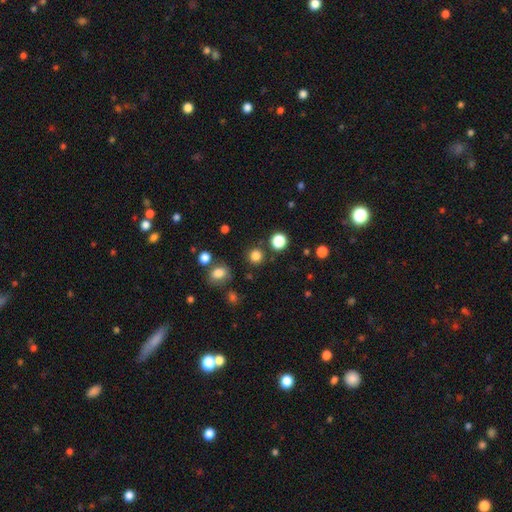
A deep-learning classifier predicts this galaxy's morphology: smooth 81%, star or artifact 15%, featured or disk 4%. Down the decision tree: how rounded — round (91%); merging — none (85%).